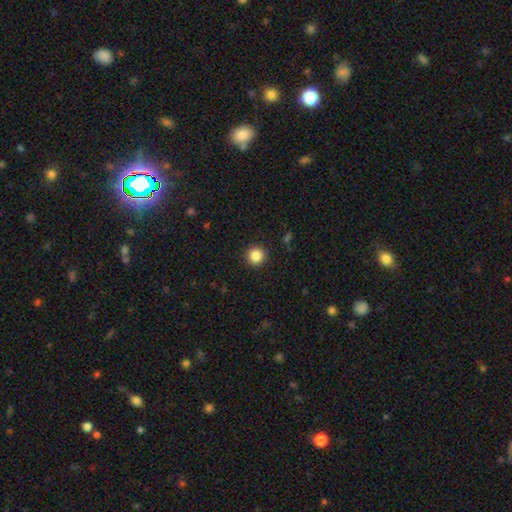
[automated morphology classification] Q: Smooth or featured?
A: smooth (86%); runner-up: star or artifact (10%)
Q: How rounded?
A: round (95%); runner-up: in between (4%)
Q: Merging?
A: none (93%); runner-up: minor disturbance (5%)